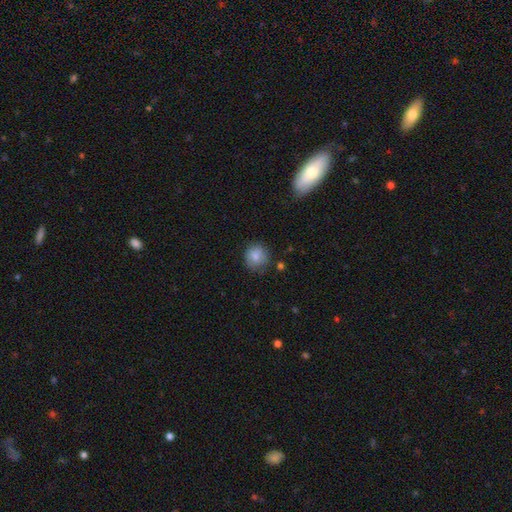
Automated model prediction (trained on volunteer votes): Overall: smooth (81%). How rounded: round (84%). Merging: none (76%).